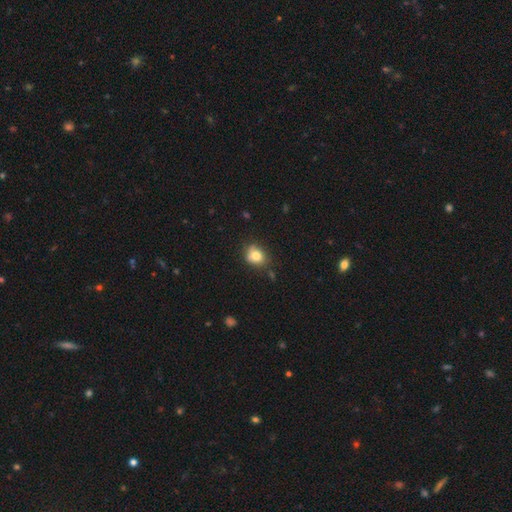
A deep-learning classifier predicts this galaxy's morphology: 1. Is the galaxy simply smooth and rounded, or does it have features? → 79% smooth, 11% star or artifact, 10% featured or disk.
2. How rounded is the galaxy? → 55% round, 44% in between, 1% cigar-shaped.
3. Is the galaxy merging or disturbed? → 67% none, 23% minor disturbance, 5% major disturbance, 5% merger.